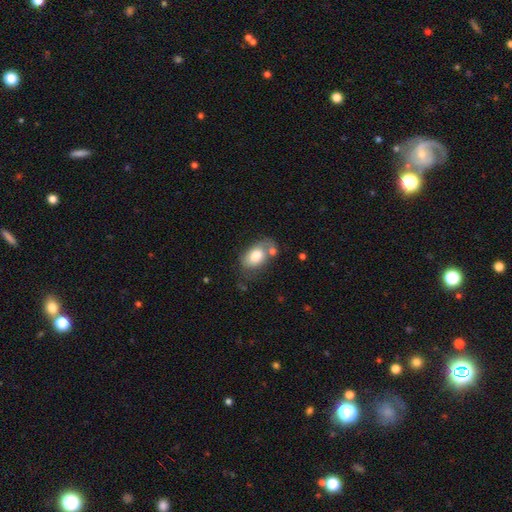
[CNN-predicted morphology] A smooth galaxy with no disk features (73%) that is in between round and cigar-shaped (86%). Merging: none (48%).